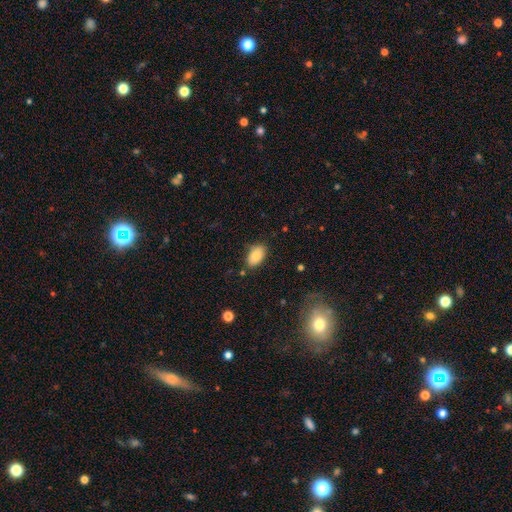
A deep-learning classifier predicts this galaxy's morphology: Overall: smooth (83%). How rounded: in between (92%). Merging: none (81%).